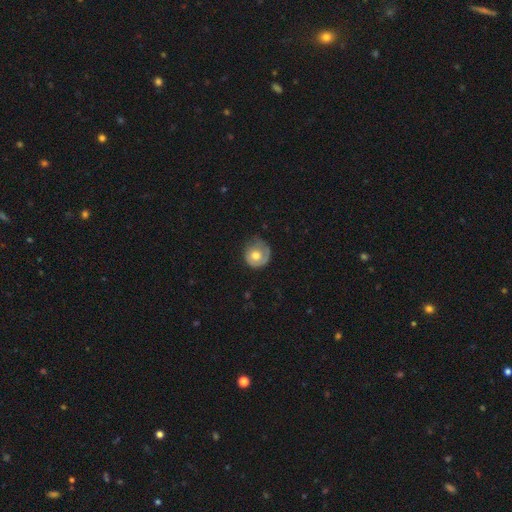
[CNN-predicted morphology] Q: Smooth or featured?
A: smooth (51%); runner-up: featured or disk (43%)
Q: How rounded?
A: round (85%); runner-up: in between (14%)
Q: Merging?
A: none (55%); runner-up: minor disturbance (28%)